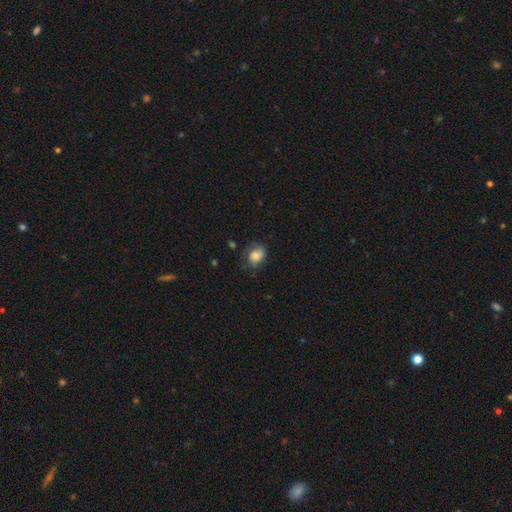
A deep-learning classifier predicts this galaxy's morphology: Q: Smooth or featured?
A: smooth (69%); runner-up: featured or disk (22%)
Q: How rounded?
A: in between (56%); runner-up: round (43%)
Q: Merging?
A: none (56%); runner-up: minor disturbance (30%)